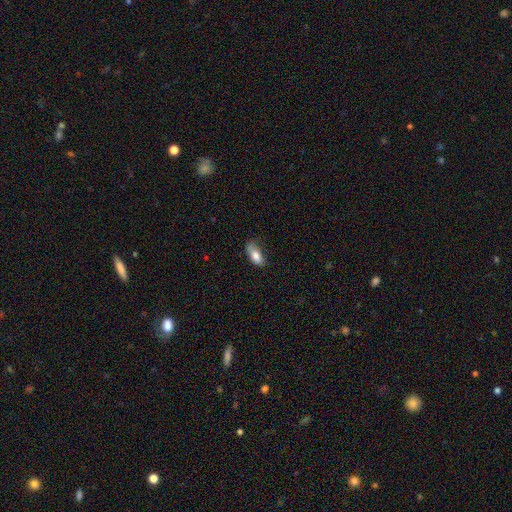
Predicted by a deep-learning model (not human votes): smooth 80%, featured or disk 13%, star or artifact 7%. Down the decision tree: how rounded — in between (86%); merging — none (44%).